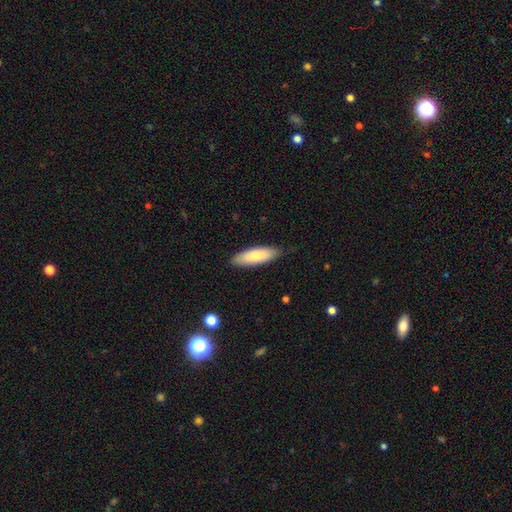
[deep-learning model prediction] This is likely a smooth galaxy (78%). How rounded: possibly in between (59%). Merging: clearly none (83%).